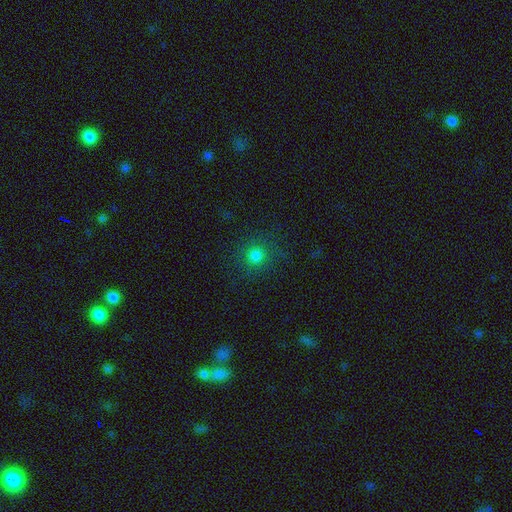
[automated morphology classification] smooth 79%, star or artifact 15%, featured or disk 6%. Down the decision tree: how rounded — round (92%); merging — none (84%).